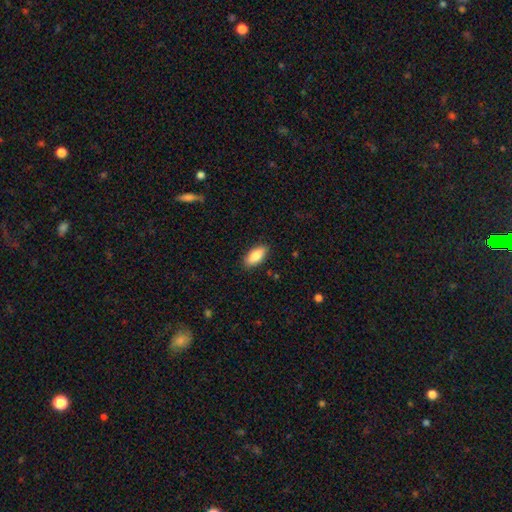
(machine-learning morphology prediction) A smooth galaxy with no disk features (86%) that is in between round and cigar-shaped (86%).

Vote fractions:
- Smooth or featured? smooth: 86% / featured or disk: 8% / star or artifact: 6%
- How rounded? in between: 86% / cigar-shaped: 12% / round: 2%
- Merging? none: 88% / minor disturbance: 9% / major disturbance: 2% / merger: 1%